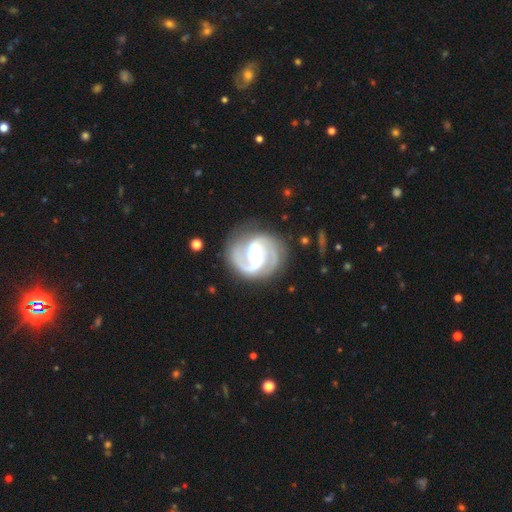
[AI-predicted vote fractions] featured or disk 92%, smooth 4%, star or artifact 4%. Down the decision tree: edge-on disk — no (98%); bar — no (43%); spiral arms — yes (98%); spiral arm count — 2 (75%); spiral winding — medium (51%); bulge size — moderate (54%); merging — none (77%).